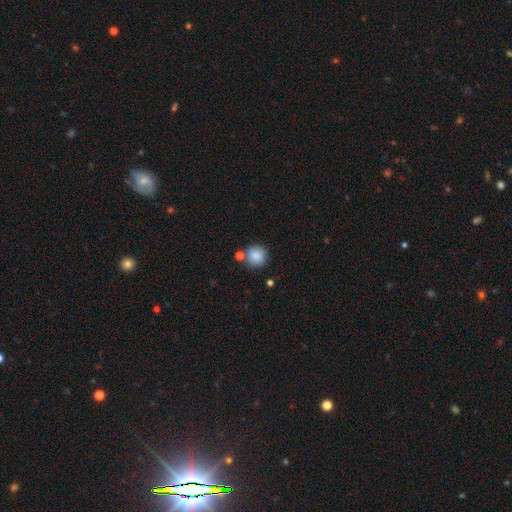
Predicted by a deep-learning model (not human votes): Overall: smooth (87%). How rounded: round (90%). Merging: none (75%).